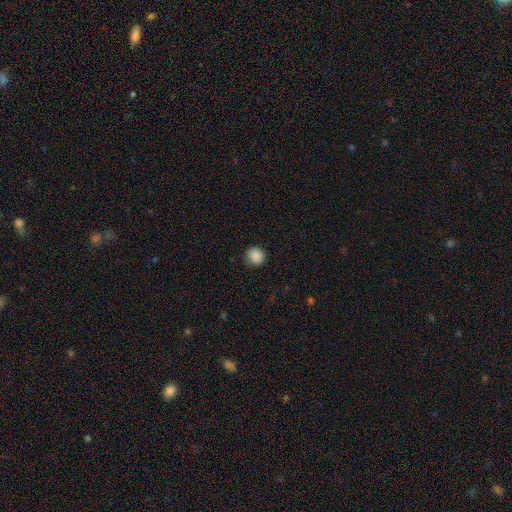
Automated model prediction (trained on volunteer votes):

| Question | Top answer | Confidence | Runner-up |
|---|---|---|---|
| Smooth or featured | smooth | 88% | star or artifact (9%) |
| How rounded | round | 91% | in between (8%) |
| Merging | none | 88% | minor disturbance (9%) |